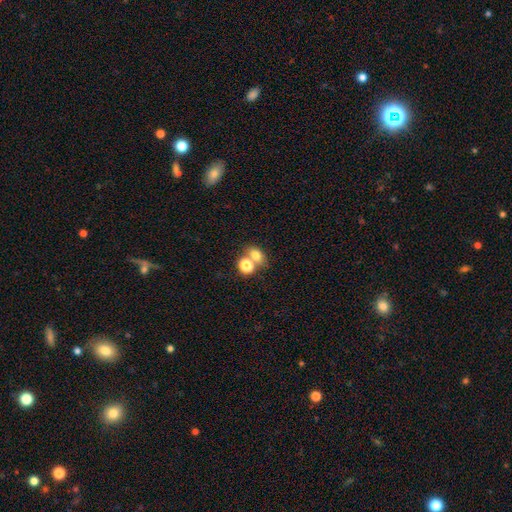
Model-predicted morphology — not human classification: smooth_or_featured: smooth (p=0.74) [alt: star or artifact p=0.14]
how_rounded: round (p=0.51) [alt: in between p=0.48]
merging: none (p=0.45) [alt: merger p=0.43]